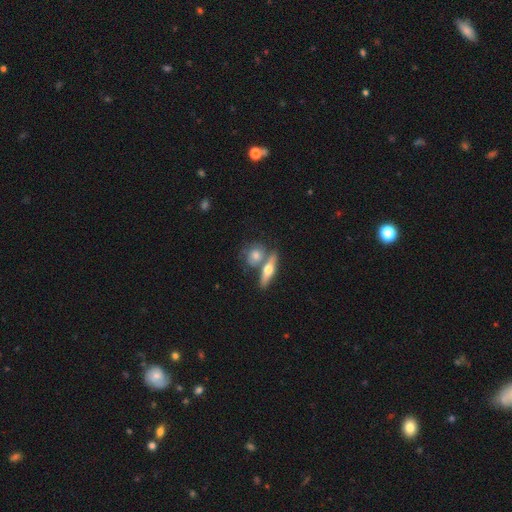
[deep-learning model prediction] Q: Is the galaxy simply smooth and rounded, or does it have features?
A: smooth — 48%.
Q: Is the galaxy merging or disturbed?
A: none — 47%.